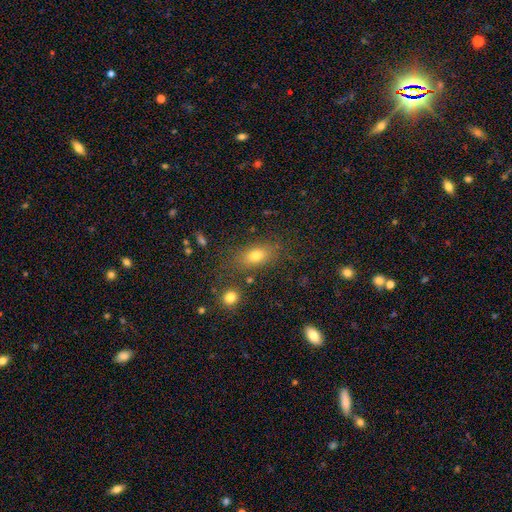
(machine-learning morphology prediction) Smooth or featured? smooth (75%)
How rounded? in between (78%)
Merging? none (76%)